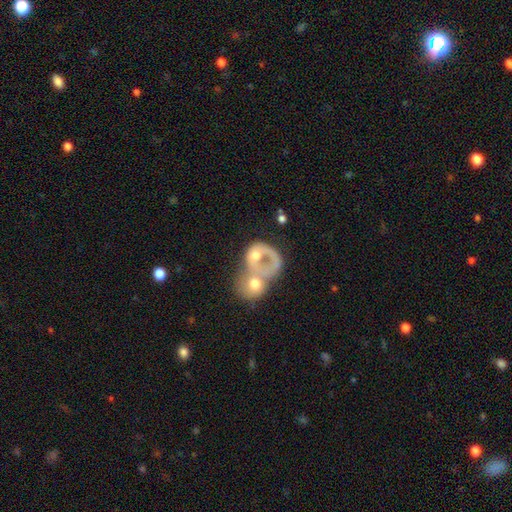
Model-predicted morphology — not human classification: Overall: featured or disk (56%; smooth 33%). Edge-on disk: no (96%). Bar: no (86%). Spiral arms: no (67%; yes 33%). Bulge size: moderate (53%; small 26%). Merging: merger (70%).